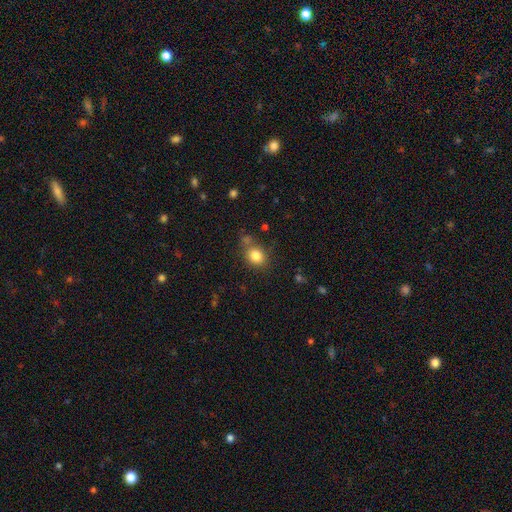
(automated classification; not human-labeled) Q: Smooth or featured?
A: smooth (82%); runner-up: star or artifact (11%)
Q: How rounded?
A: round (58%); runner-up: in between (41%)
Q: Merging?
A: none (67%); runner-up: minor disturbance (16%)